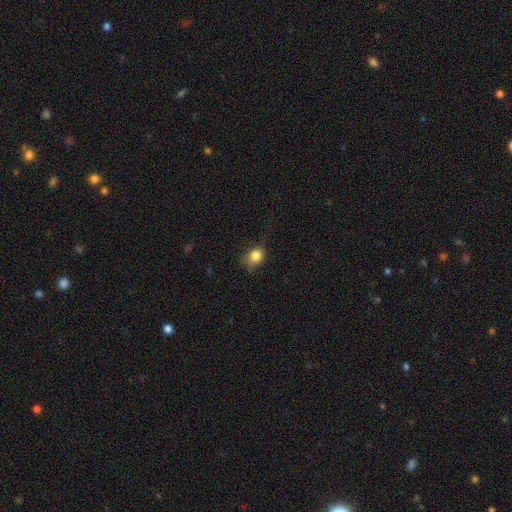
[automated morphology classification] This is clearly a smooth galaxy (83%). How rounded: likely round (65%). Merging: likely none (61%).